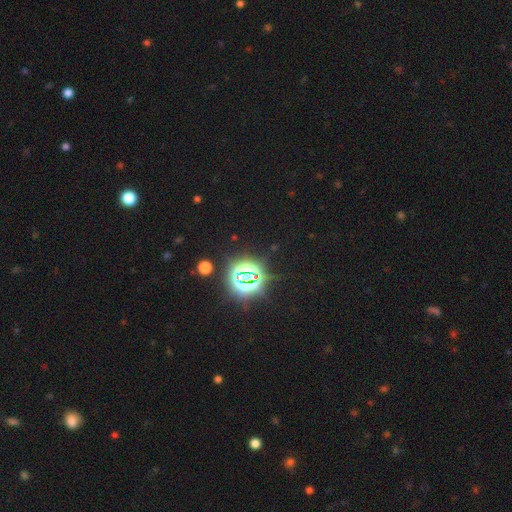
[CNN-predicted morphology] Smooth or featured?
  - star or artifact: 78% *
  - smooth: 17%
  - featured or disk: 5%